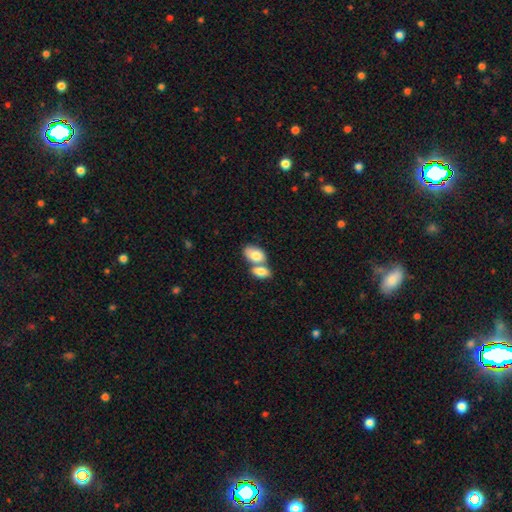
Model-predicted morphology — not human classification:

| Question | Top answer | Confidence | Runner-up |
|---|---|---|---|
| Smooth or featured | smooth | 79% | featured or disk (15%) |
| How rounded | in between | 91% | round (8%) |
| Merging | merger | 65% | none (24%) |